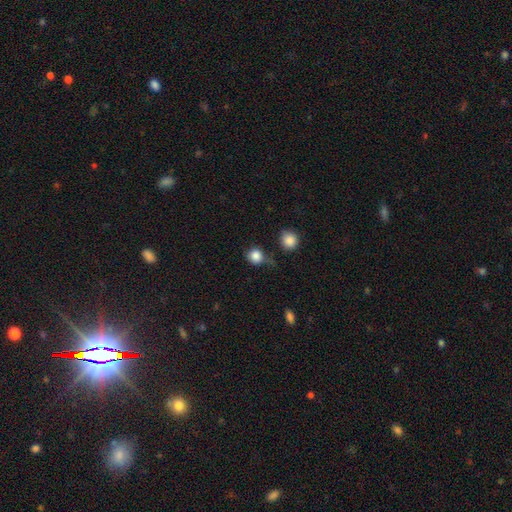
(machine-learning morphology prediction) Smooth or featured? Predicted: smooth (p=0.85). How rounded? Predicted: round (p=0.88). Merging? Predicted: none (p=0.68).